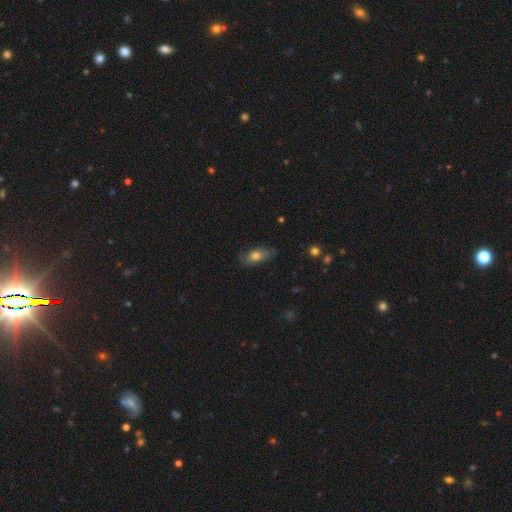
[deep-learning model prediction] A smooth galaxy with no disk features (72%) that is in between round and cigar-shaped (81%). Merging: none (70%).